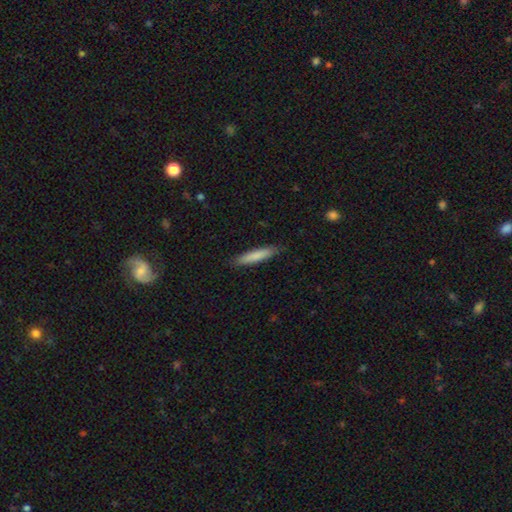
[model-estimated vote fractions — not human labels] This appears to be a smooth galaxy with no disk features (81%) that is cigar-shaped (88%). Merging: none (87%).